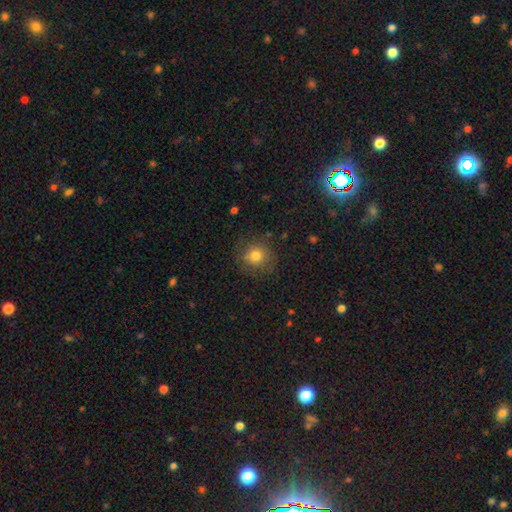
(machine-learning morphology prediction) smooth_or_featured: smooth (p=0.77) [alt: star or artifact p=0.12]
how_rounded: round (p=0.90) [alt: in between p=0.10]
merging: none (p=0.81) [alt: minor disturbance p=0.13]